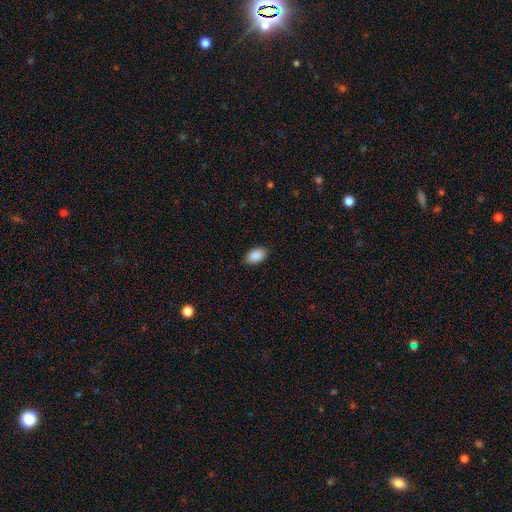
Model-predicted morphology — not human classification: The model was most divided on "merging": none: 88%, minor disturbance: 9%, major disturbance: 2%, merger: 1%. More confident: how rounded — in between (92%); smooth or featured — smooth (90%).